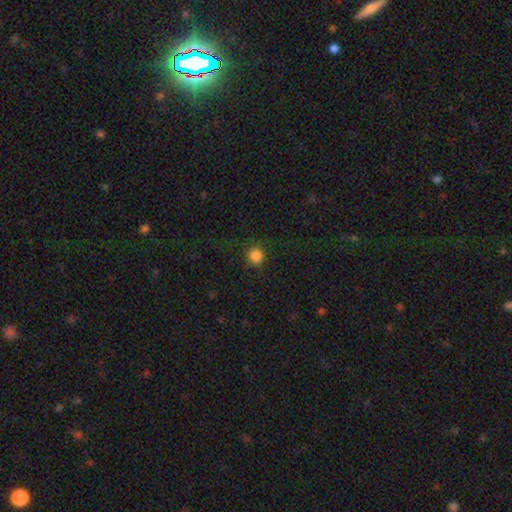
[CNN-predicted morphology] A smooth galaxy with no disk features (85%) that is round (92%). Merging: none (88%).